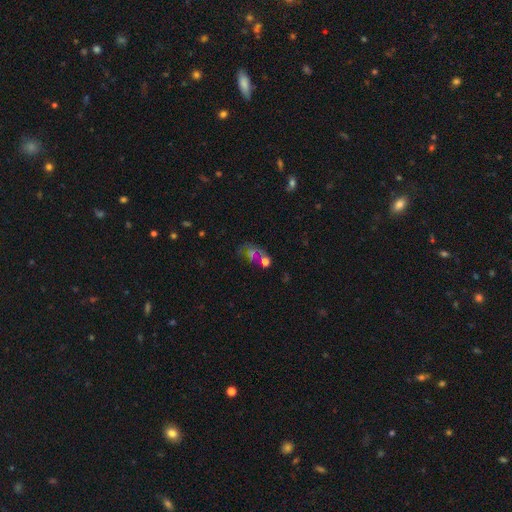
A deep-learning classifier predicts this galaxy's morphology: This appears to be a featured or disk galaxy (40%). Merging: none (38%).